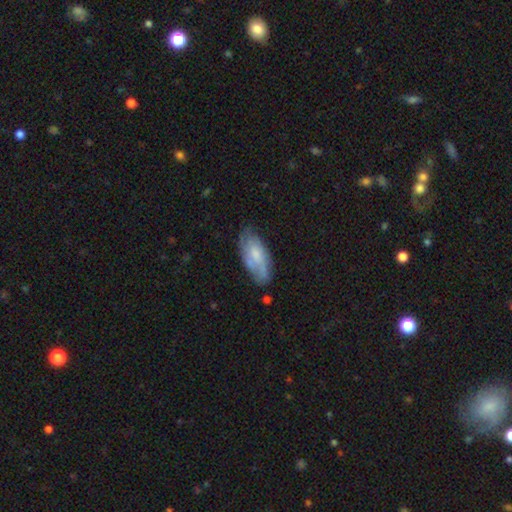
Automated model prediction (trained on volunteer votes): Smooth or featured? featured or disk (48%)
Merging? none (65%)